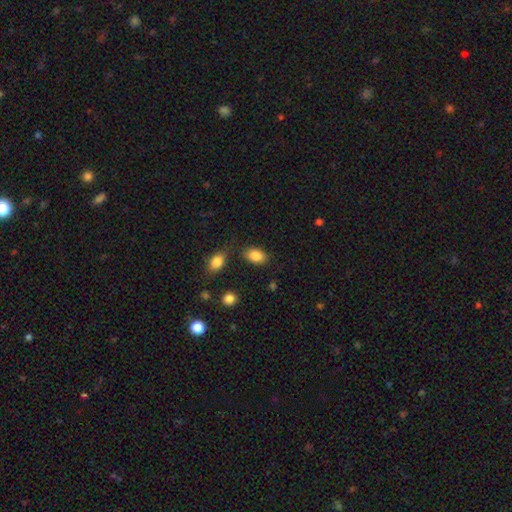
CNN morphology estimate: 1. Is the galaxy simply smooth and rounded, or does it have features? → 87% smooth, 8% star or artifact, 5% featured or disk.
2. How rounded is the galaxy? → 85% in between, 14% round, 1% cigar-shaped.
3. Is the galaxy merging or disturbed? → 77% none, 14% minor disturbance, 5% merger, 4% major disturbance.